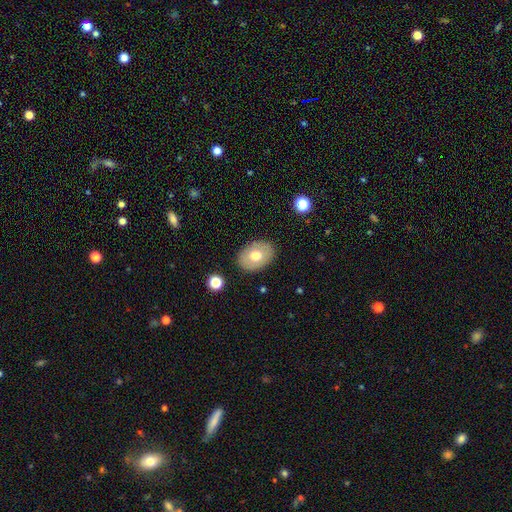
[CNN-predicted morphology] A smooth galaxy with no disk features (66%) that is in between round and cigar-shaped (77%). Merging: none (86%).